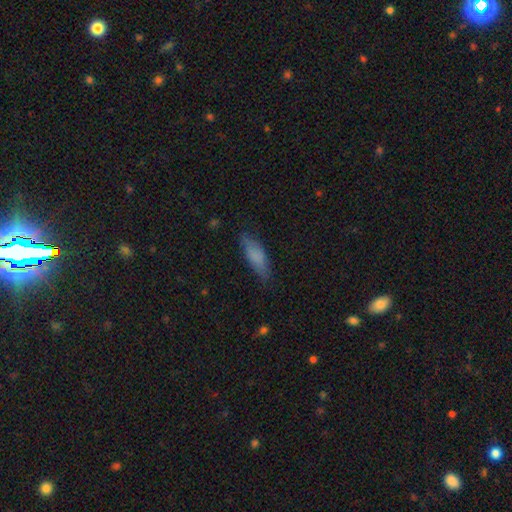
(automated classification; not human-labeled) Smooth or featured: smooth — 76% (featured or disk — 16%)
How rounded: in between — 52% (cigar-shaped — 46%)
Merging: none — 74% (minor disturbance — 20%)